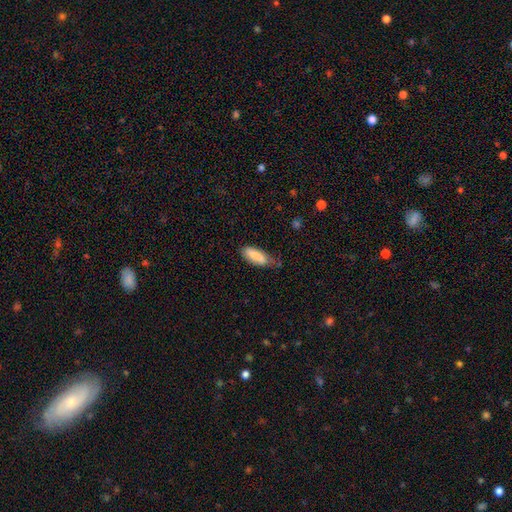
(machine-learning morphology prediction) This appears to be a smooth galaxy with no disk features (78%) that is in between round and cigar-shaped (73%). Merging: none (55%).